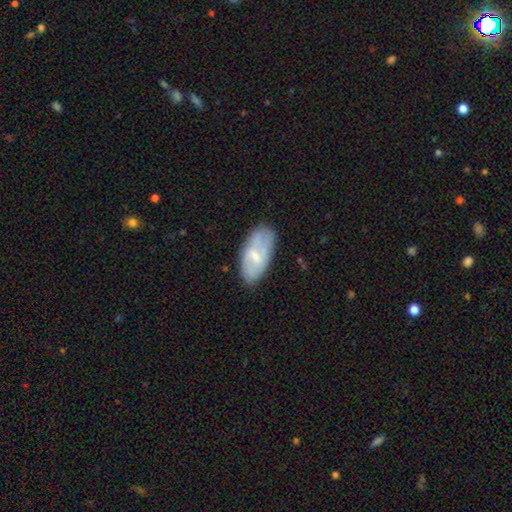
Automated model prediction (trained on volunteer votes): Smooth or featured? smooth (48%)
Merging? none (68%)